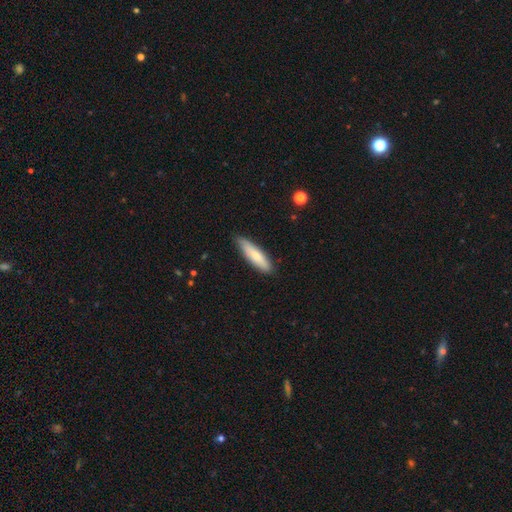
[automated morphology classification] Q: Smooth or featured?
A: smooth (76%); runner-up: featured or disk (18%)
Q: How rounded?
A: cigar-shaped (67%); runner-up: in between (31%)
Q: Merging?
A: none (79%); runner-up: minor disturbance (17%)